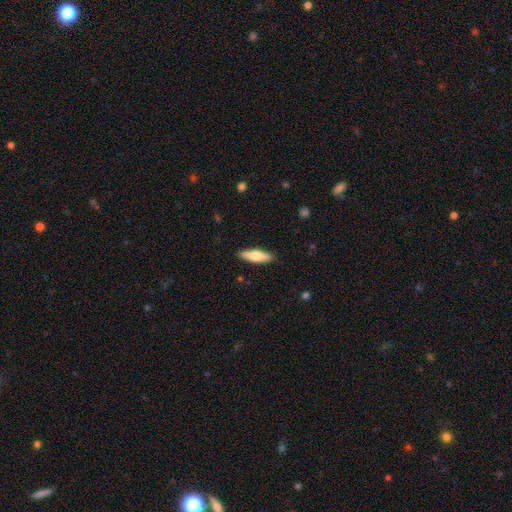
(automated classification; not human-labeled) Morphology: type=smooth (66%); roundness=in between (51%); merging=none (89%).